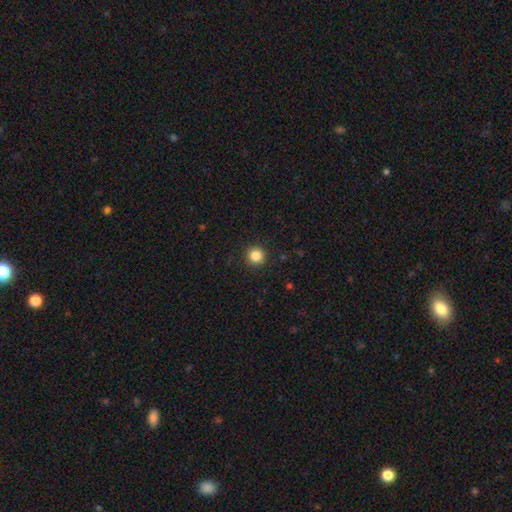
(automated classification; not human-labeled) smooth 85%, star or artifact 11%, featured or disk 4%. Down the decision tree: how rounded — round (95%); merging — none (93%).